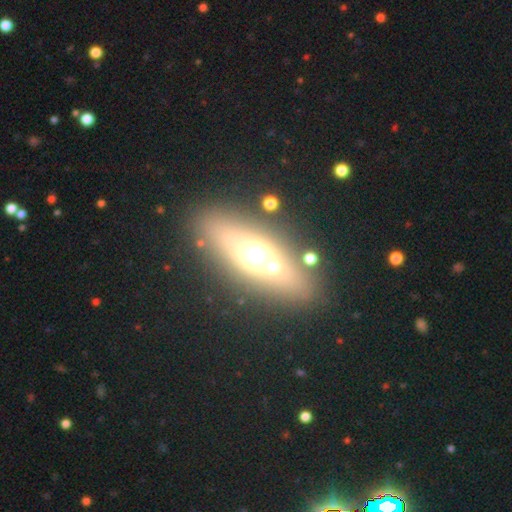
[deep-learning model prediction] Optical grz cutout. It shows a smooth galaxy with no disk features (46%). Merging: none (81%).